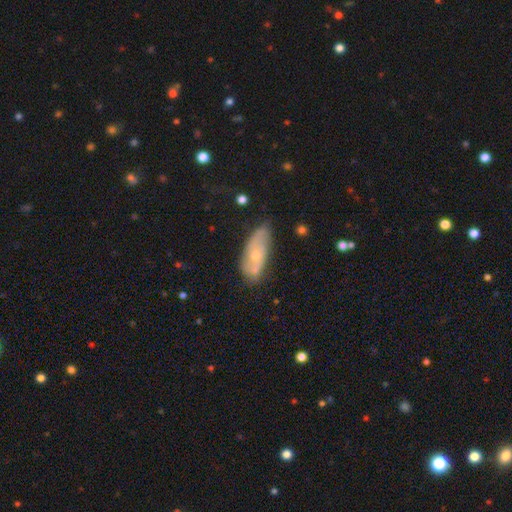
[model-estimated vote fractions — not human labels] A featured or disk galaxy (53%). Merging: none (56%).